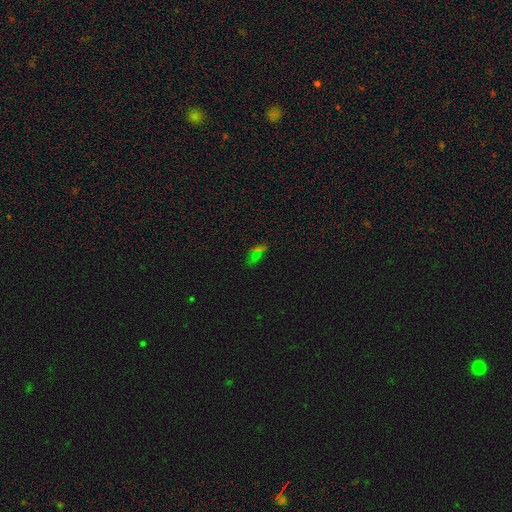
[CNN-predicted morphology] star or artifact 49%, smooth 39%, featured or disk 12%.